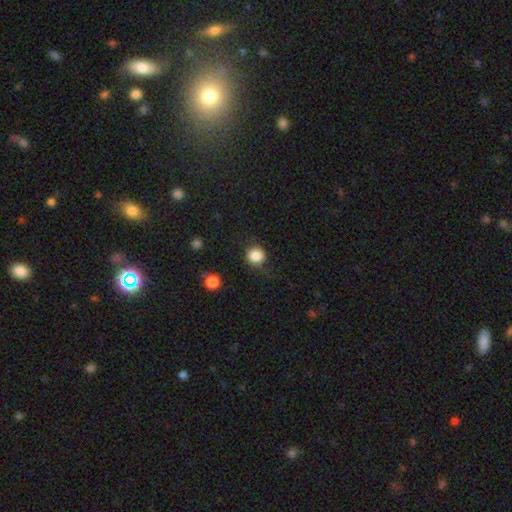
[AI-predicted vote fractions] Q: Smooth or featured?
A: smooth (85%); runner-up: star or artifact (10%)
Q: How rounded?
A: round (89%); runner-up: in between (10%)
Q: Merging?
A: none (78%); runner-up: minor disturbance (15%)